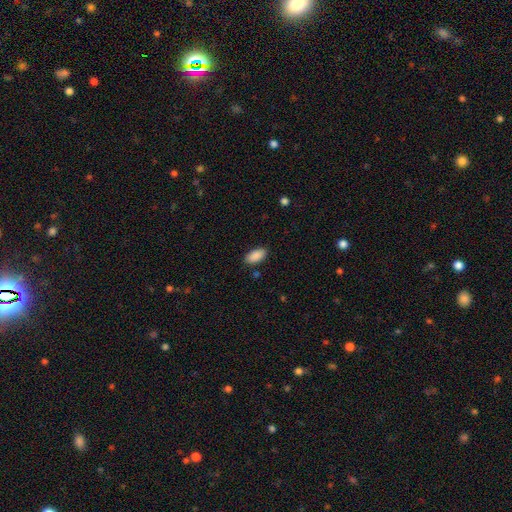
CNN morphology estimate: type=smooth (90%); roundness=in between (92%); merging=none (88%).